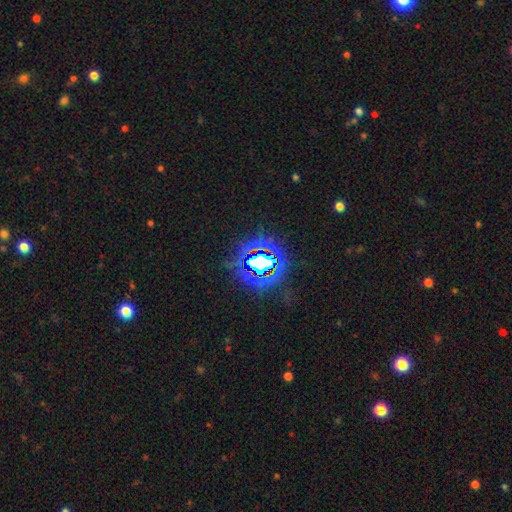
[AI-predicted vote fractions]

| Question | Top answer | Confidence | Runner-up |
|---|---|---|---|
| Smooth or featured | star or artifact | 80% | smooth (10%) |